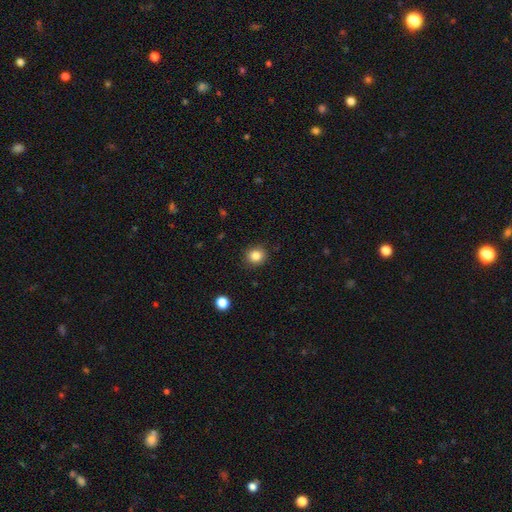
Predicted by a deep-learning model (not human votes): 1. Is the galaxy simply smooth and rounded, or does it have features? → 84% smooth, 11% star or artifact, 5% featured or disk.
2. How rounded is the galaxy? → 85% round, 14% in between, 1% cigar-shaped.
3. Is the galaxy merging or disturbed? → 89% none, 8% minor disturbance, 2% major disturbance, 1% merger.